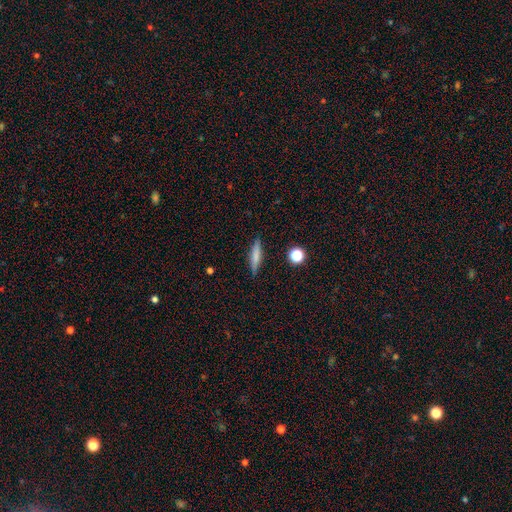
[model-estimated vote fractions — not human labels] A smooth galaxy with no disk features (68%) that is cigar-shaped (83%). Merging: none (87%).